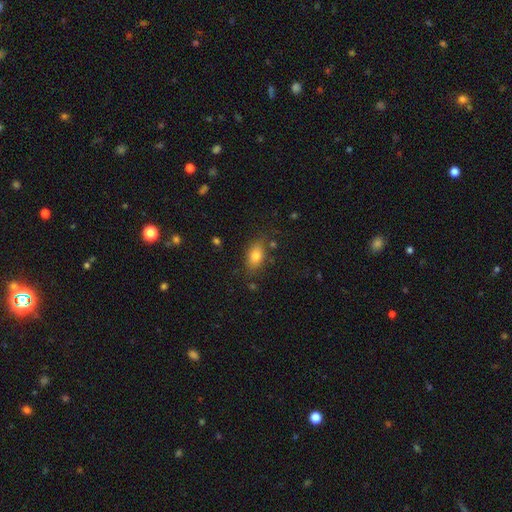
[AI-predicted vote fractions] Q: Smooth or featured?
A: smooth (77%); runner-up: featured or disk (13%)
Q: How rounded?
A: in between (81%); runner-up: round (14%)
Q: Merging?
A: none (75%); runner-up: minor disturbance (17%)